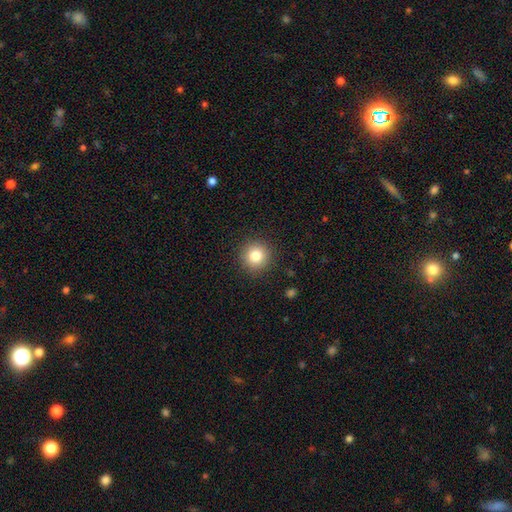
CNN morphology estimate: smooth-or-featured: smooth: 82% | star or artifact: 11% | featured or disk: 7%
  how-rounded: round: 94% | in between: 5% | cigar-shaped: 1%
  merging: none: 91% | minor disturbance: 6% | major disturbance: 2% | merger: 1%